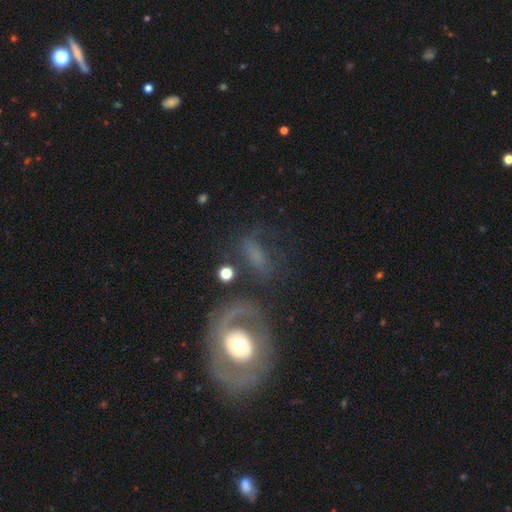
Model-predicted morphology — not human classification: A featured or disk galaxy (54%). Merging: none (53%).